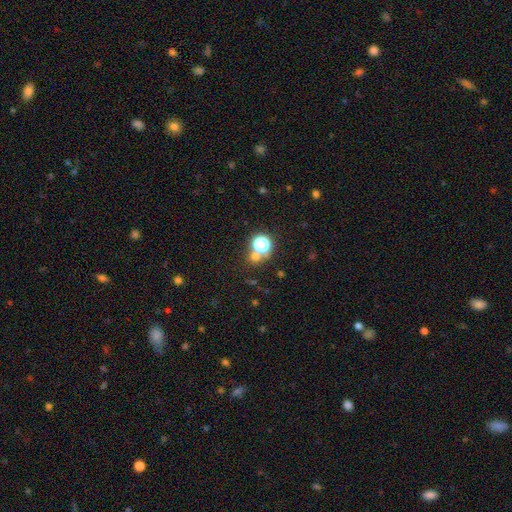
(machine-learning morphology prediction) Smooth or featured? smooth (54%)
How rounded? round (85%)
Merging? none (62%)